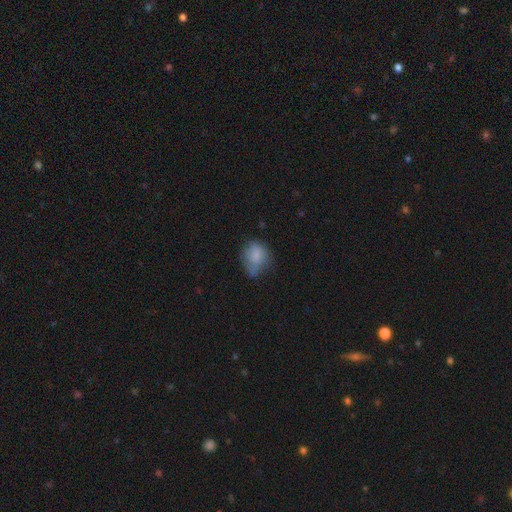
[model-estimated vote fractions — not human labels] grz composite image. It shows a smooth galaxy with no disk features (75%) that is in between round and cigar-shaped (56%). Merging: none (40%).